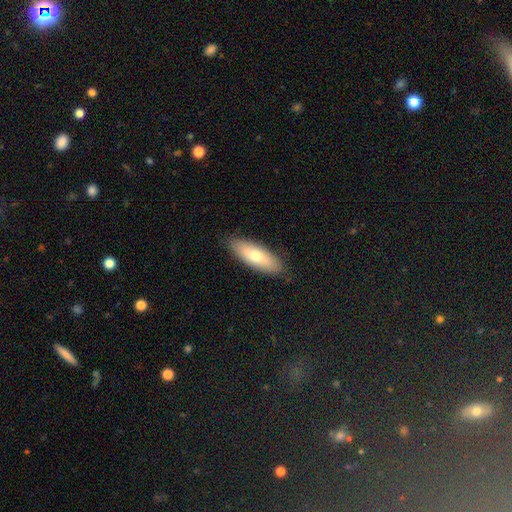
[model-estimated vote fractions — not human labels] A smooth galaxy with no disk features (69%) that is in between round and cigar-shaped (68%). Merging: none (87%).